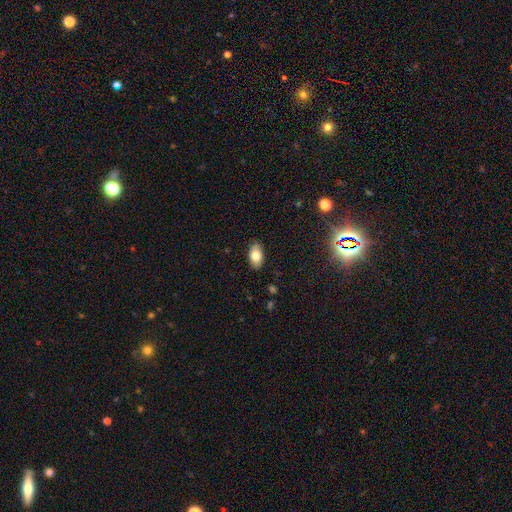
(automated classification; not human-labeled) A smooth galaxy with no disk features (80%) that is in between round and cigar-shaped (93%).

Vote fractions:
- Smooth or featured? smooth: 80% / featured or disk: 12% / star or artifact: 8%
- How rounded? in between: 93% / round: 5% / cigar-shaped: 3%
- Merging? none: 87% / minor disturbance: 9% / major disturbance: 2% / merger: 1%